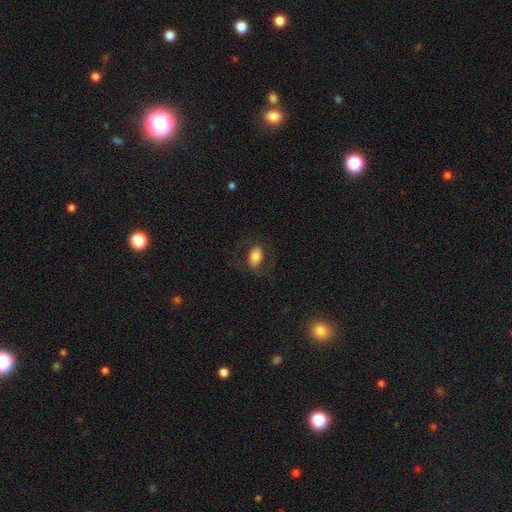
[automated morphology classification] This appears to be a smooth galaxy with no disk features (65%) that is in between round and cigar-shaped (86%). Merging: none (69%).